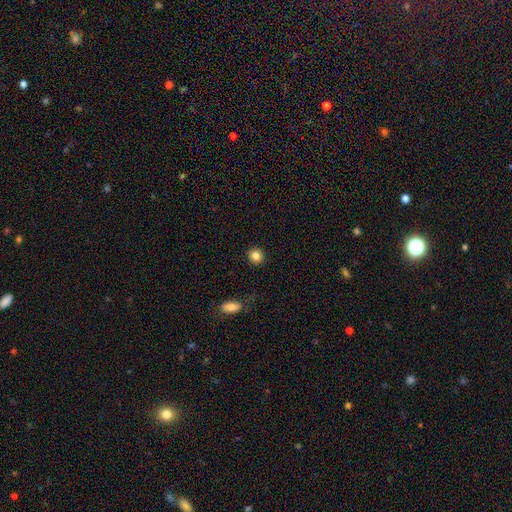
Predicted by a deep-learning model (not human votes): This appears to be a smooth galaxy with no disk features (84%) that is round (90%). Merging: none (91%).